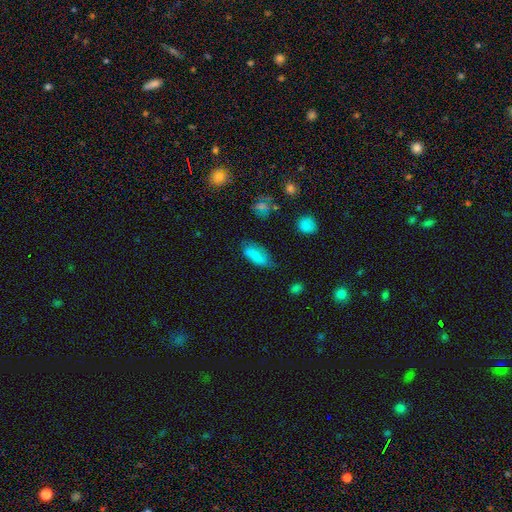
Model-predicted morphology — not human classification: type=smooth (76%); roundness=in between (84%); merging=none (63%).